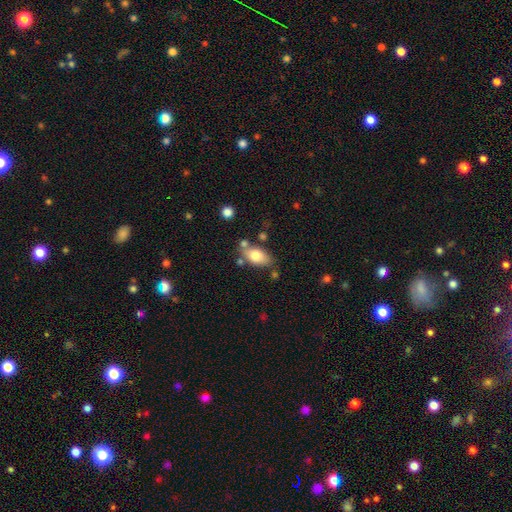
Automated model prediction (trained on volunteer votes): Overall: smooth (76%). How rounded: in between (89%). Merging: none (63%).